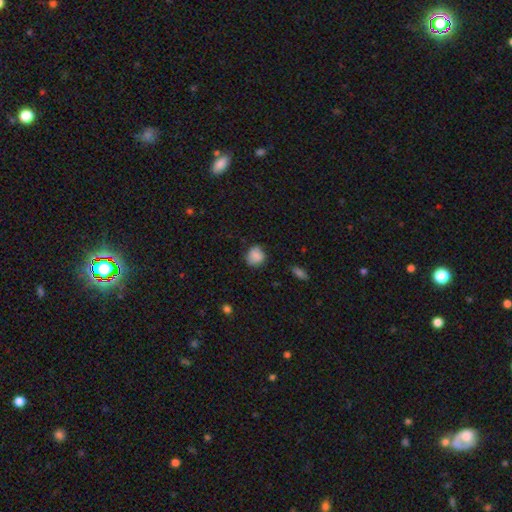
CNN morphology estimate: This appears to be a smooth galaxy with no disk features (85%) that is round (79%). Merging: none (73%).